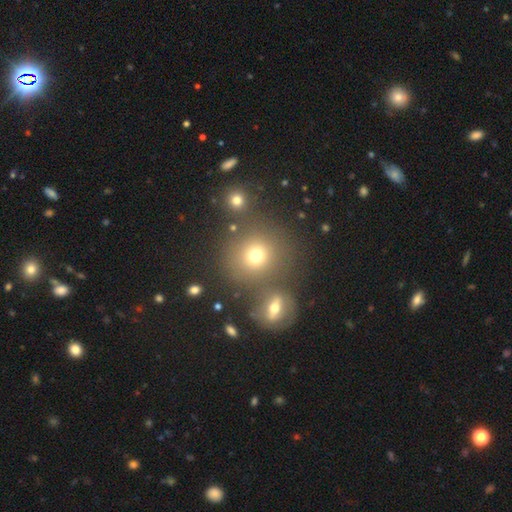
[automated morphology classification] This is likely a smooth galaxy (72%). How rounded: clearly round (84%). Merging: likely none (64%).